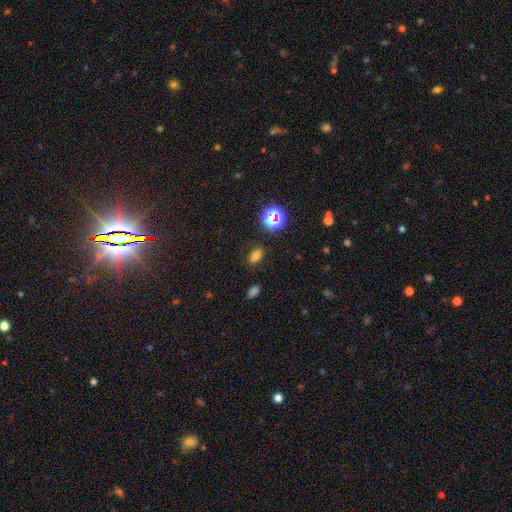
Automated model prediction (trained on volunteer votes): A smooth galaxy with no disk features (70%) that is in between round and cigar-shaped (81%). Merging: none (83%).